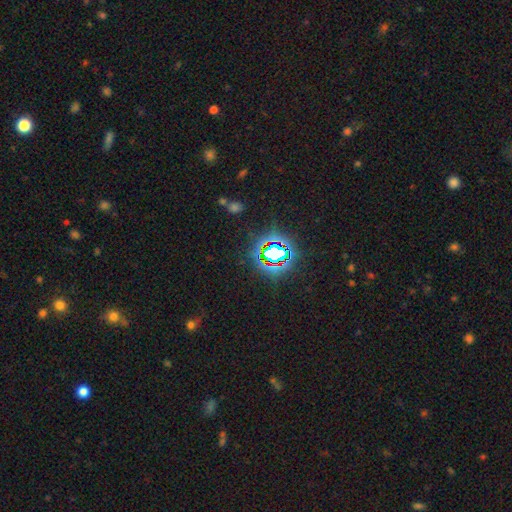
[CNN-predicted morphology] smooth-or-featured: star or artifact: 81% | smooth: 13% | featured or disk: 7%